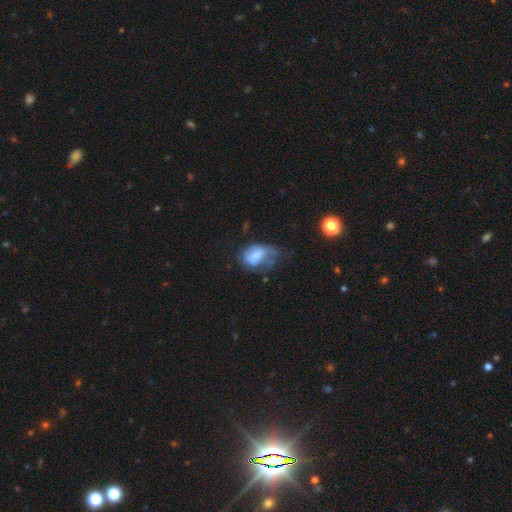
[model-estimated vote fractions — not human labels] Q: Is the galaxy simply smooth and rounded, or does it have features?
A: smooth — 64%.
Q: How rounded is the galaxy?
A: in between — 80%.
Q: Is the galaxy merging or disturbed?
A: major disturbance — 40%.